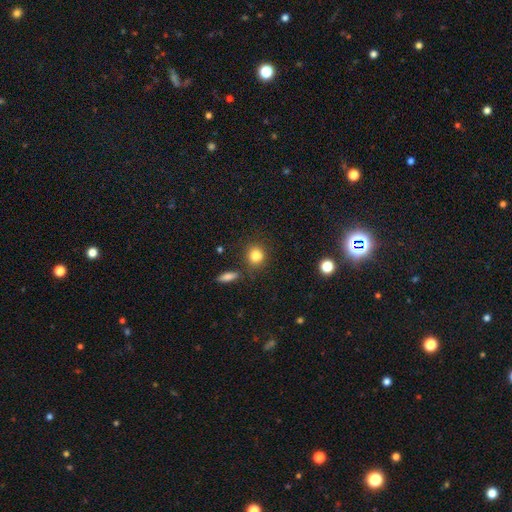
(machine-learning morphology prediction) smooth-or-featured: smooth: 83% | star or artifact: 11% | featured or disk: 6%
  how-rounded: round: 78% | in between: 21% | cigar-shaped: 2%
  merging: none: 73% | minor disturbance: 14% | merger: 8% | major disturbance: 4%